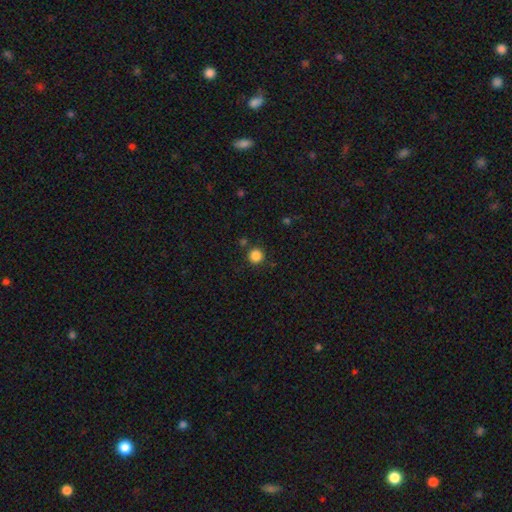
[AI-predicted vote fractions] A smooth galaxy with no disk features (85%) that is round (95%). Merging: none (89%).